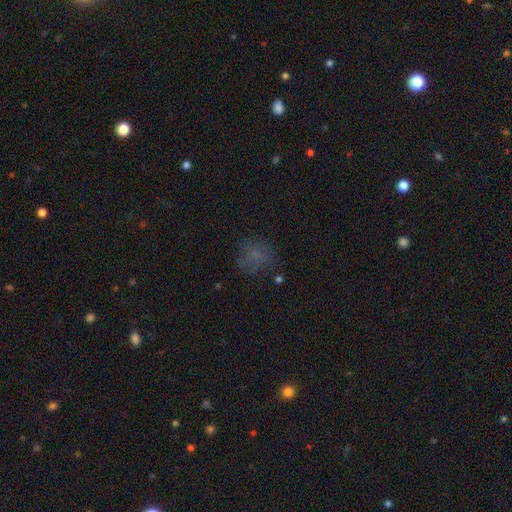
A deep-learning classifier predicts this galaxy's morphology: This is possibly a smooth galaxy (58%). How rounded: likely round (72%). Merging: likely none (61%).